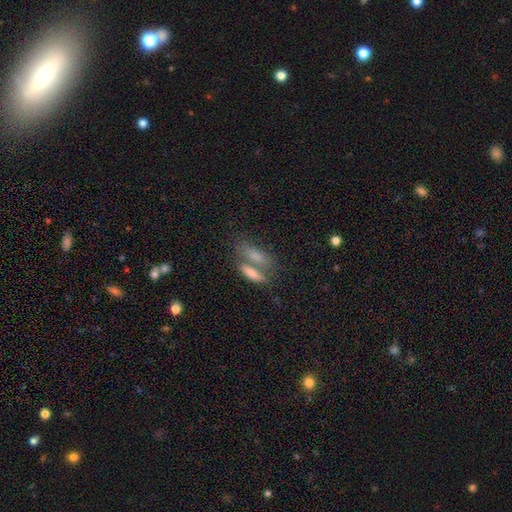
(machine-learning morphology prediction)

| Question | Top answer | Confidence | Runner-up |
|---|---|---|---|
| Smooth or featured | smooth | 75% | featured or disk (16%) |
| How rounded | in between | 57% | cigar-shaped (39%) |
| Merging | merger | 51% | none (35%) |